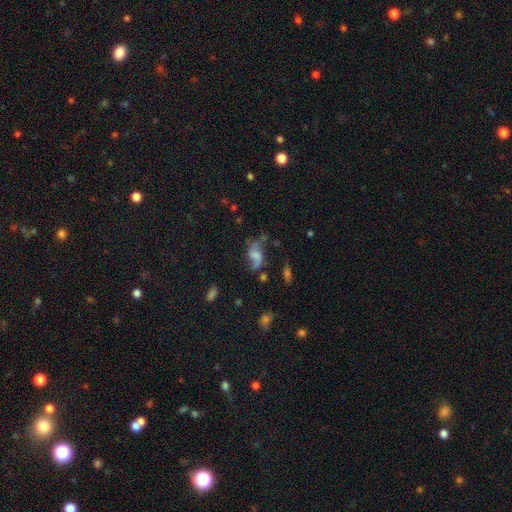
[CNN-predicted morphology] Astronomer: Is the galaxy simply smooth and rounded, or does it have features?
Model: featured or disk — 66%.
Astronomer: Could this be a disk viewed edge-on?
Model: no — 95%.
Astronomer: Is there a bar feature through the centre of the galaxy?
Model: no — 53% (runner-up: weak, 36%).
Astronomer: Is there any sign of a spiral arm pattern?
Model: yes — 86%.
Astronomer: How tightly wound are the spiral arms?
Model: loose — 81%.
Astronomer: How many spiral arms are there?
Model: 2 — 87%.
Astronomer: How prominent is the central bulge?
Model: none — 48%.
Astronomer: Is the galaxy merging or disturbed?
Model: none — 50%.